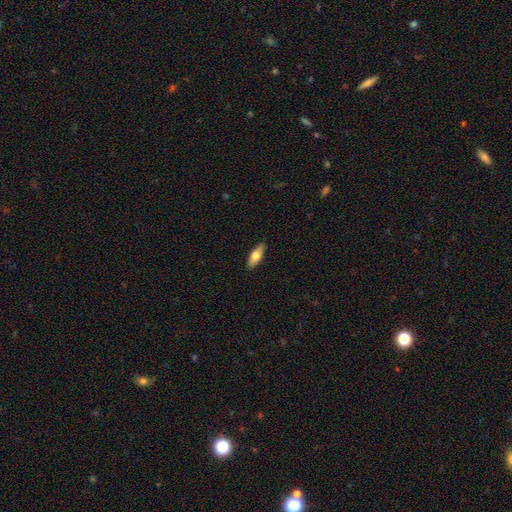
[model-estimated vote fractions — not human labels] Q: Smooth or featured?
A: smooth (69%); runner-up: featured or disk (25%)
Q: How rounded?
A: in between (74%); runner-up: cigar-shaped (24%)
Q: Merging?
A: none (88%); runner-up: minor disturbance (9%)